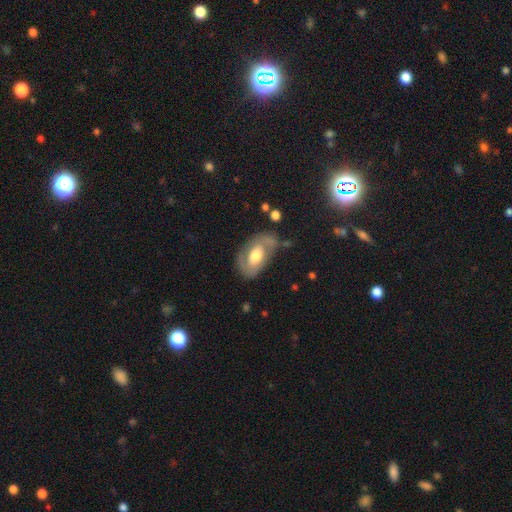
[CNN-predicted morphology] Overall: featured or disk (61%; smooth 34%). Edge-on disk: no (93%). Bar: no (56%; weak 32%). Spiral arms: yes (64%; no 36%). Bulge size: moderate (57%; large 33%). Merging: none (62%; minor disturbance 23%).